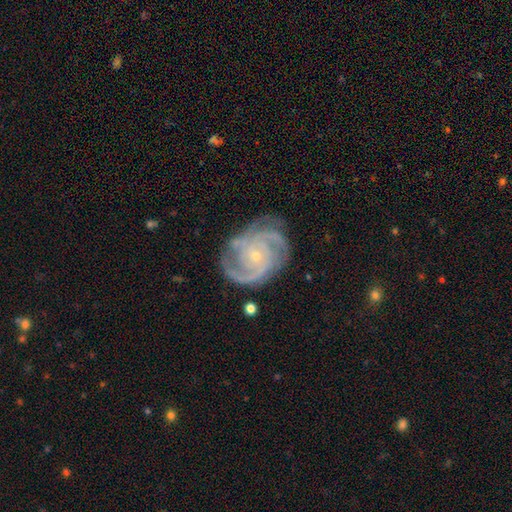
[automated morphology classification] smooth_or_featured: featured or disk (p=0.92) [alt: star or artifact p=0.05]
disk_edge_on: no (p=0.98) [alt: yes p=0.02]
bar: no (p=0.74) [alt: weak p=0.19]
has_spiral_arms: yes (p=0.99) [alt: no p=0.01]
spiral_winding: tight (p=0.59) [alt: medium p=0.36]
spiral_arm_count: 3 (p=0.45) [alt: 2 p=0.17]
bulge_size: small (p=0.81) [alt: moderate p=0.16]
merging: none (p=0.76) [alt: minor disturbance p=0.17]